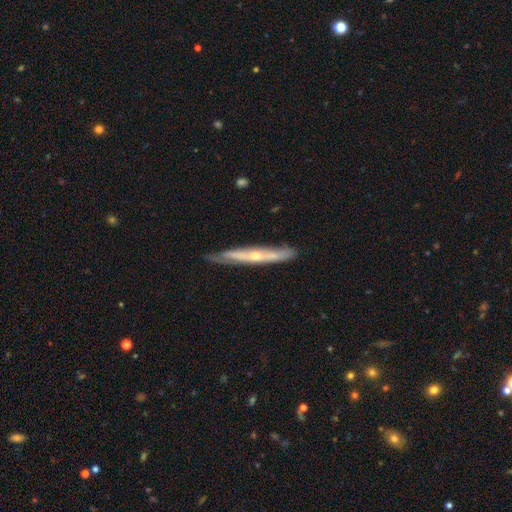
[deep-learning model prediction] Morphology: type=featured or disk (68%); edge-on=yes (87%); edge-on bulge=rounded (72%); merging=none (76%).